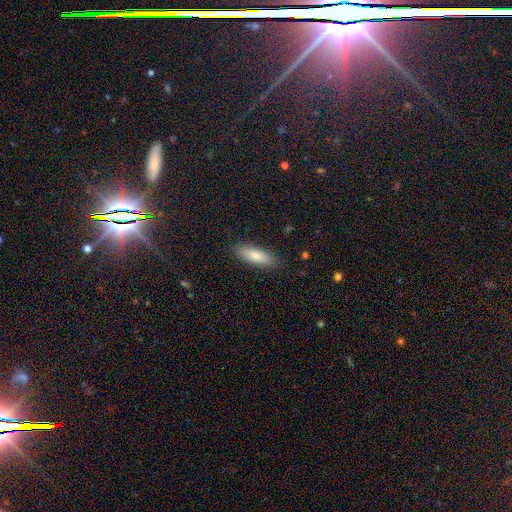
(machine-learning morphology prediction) Smooth or featured? smooth (80%)
How rounded? in between (60%)
Merging? none (87%)